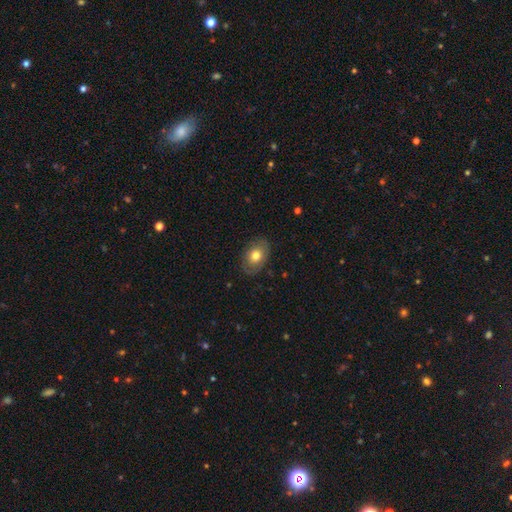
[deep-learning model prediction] This is likely a smooth galaxy (70%). How rounded: likely in between (79%). Merging: clearly none (82%).